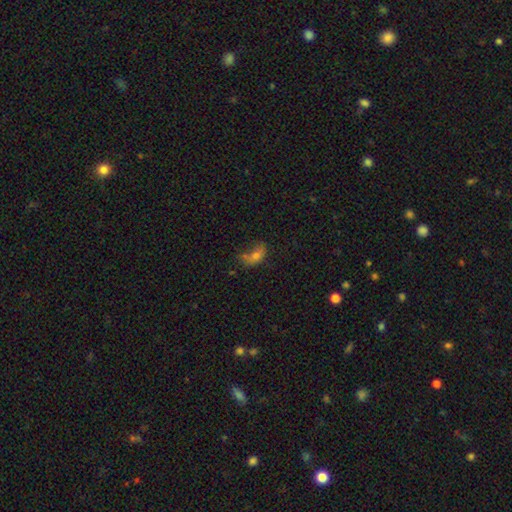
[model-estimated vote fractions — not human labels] Overall: smooth (60%; featured or disk 22%). How rounded: in between (80%). Merging: none (32%; major disturbance 29%).